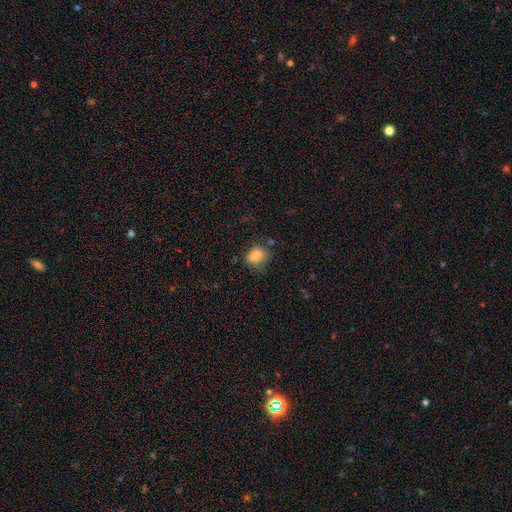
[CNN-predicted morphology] smooth_or_featured: smooth (p=0.84) [alt: star or artifact p=0.09]
how_rounded: in between (p=0.65) [alt: round p=0.33]
merging: none (p=0.65) [alt: minor disturbance p=0.24]